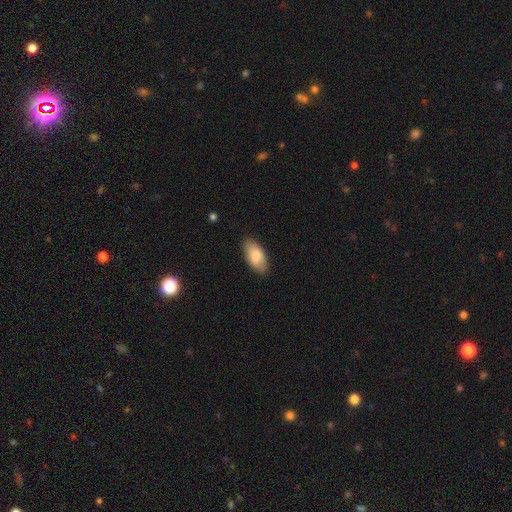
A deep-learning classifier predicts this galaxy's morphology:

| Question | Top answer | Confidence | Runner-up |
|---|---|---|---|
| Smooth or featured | smooth | 83% | featured or disk (11%) |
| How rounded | in between | 93% | cigar-shaped (5%) |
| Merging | none | 82% | minor disturbance (14%) |